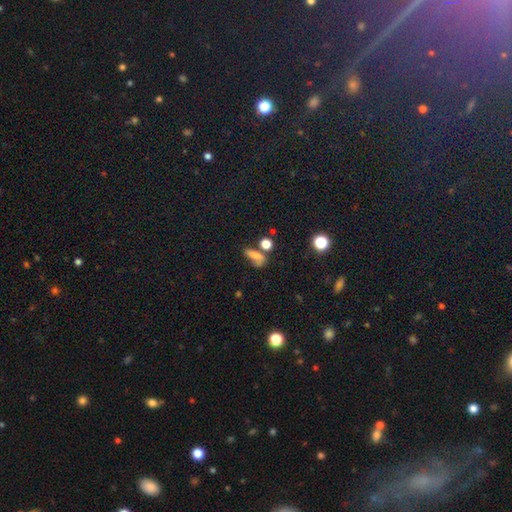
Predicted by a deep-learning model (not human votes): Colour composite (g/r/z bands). It shows a smooth galaxy with no disk features (66%) that is in between round and cigar-shaped (53%). Merging: none (43%).